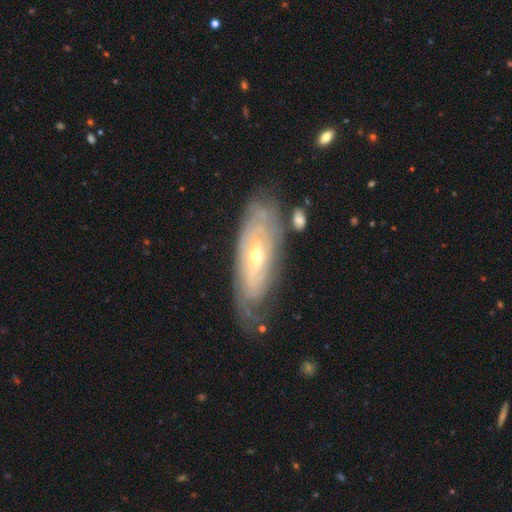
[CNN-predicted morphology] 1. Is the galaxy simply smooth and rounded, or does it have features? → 78% featured or disk, 16% smooth, 6% star or artifact.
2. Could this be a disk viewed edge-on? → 84% no, 16% yes.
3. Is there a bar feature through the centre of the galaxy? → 69% no, 23% weak, 8% strong.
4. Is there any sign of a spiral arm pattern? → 82% yes, 18% no.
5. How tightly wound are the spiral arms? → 77% tight, 17% medium, 6% loose.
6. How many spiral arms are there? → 65% can't tell, 15% 2, 6% 3, 5% 4, 4% more than 4, 4% 1.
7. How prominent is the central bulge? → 54% small, 42% moderate, 2% large, 1% dominant, 1% none.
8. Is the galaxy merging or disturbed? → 68% none, 20% minor disturbance, 8% major disturbance, 3% merger.